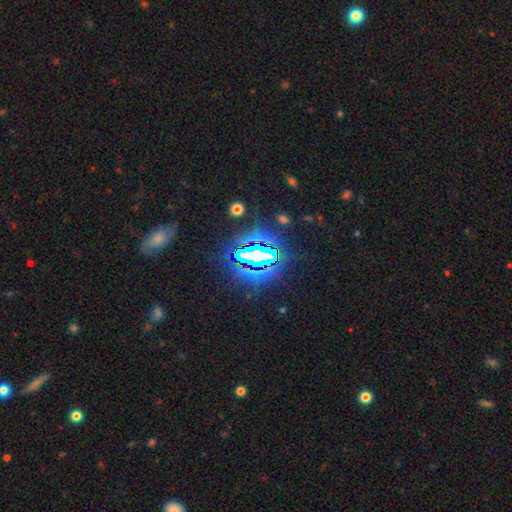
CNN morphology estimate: type=star or artifact (77%).